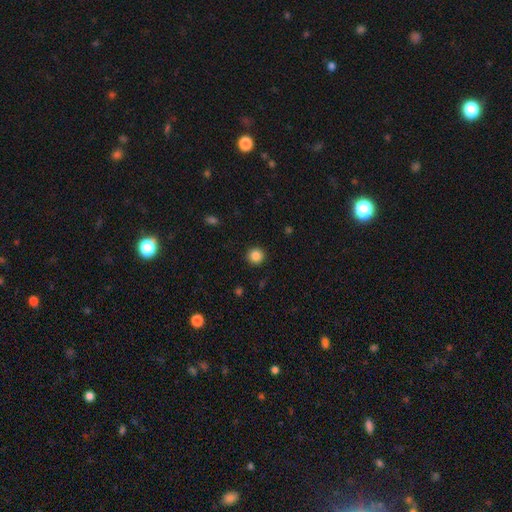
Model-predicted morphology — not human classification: Smooth or featured?
  - smooth: 86% *
  - star or artifact: 10%
  - featured or disk: 4%
How rounded?
  - round: 95% *
  - in between: 4%
  - cigar-shaped: 1%
Merging?
  - none: 92% *
  - minor disturbance: 5%
  - major disturbance: 2%
  - merger: 1%